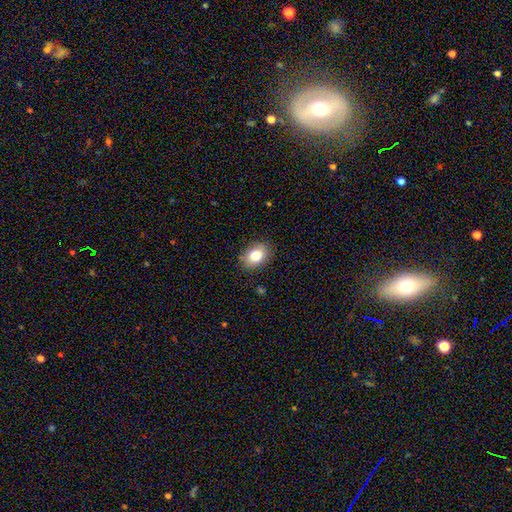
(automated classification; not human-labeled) A smooth galaxy with no disk features (80%) that is in between round and cigar-shaped (73%). Merging: none (85%).